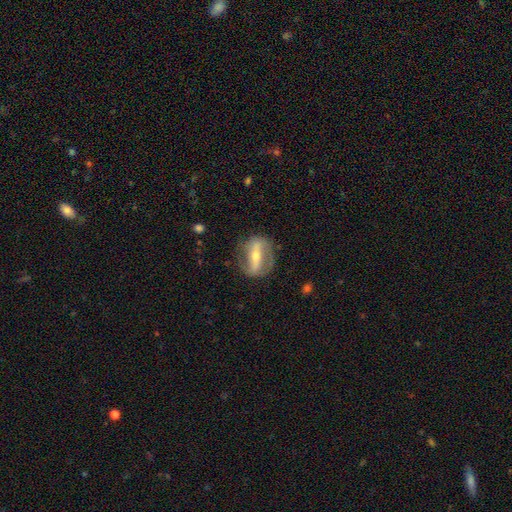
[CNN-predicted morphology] A featured or disk galaxy (76%) with a strong bar (74%), spiral arms (62%) and a moderate central bulge (49%). Merging: none (75%).